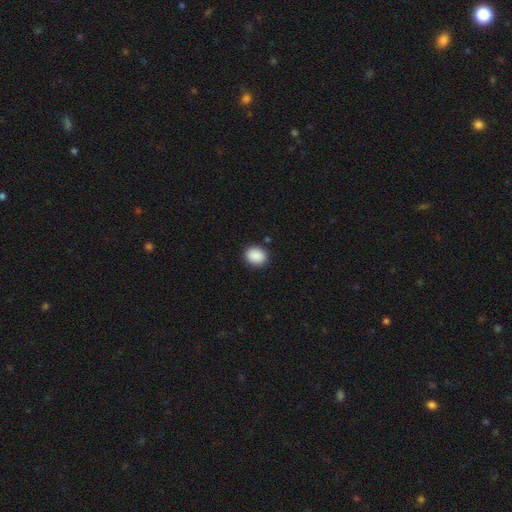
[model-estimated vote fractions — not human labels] Morphology: type=smooth (90%); roundness=round (52%); merging=none (88%).